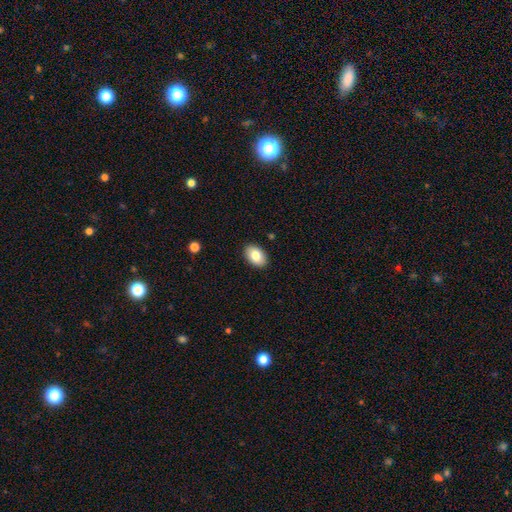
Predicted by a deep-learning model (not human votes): smooth 84%, featured or disk 9%, star or artifact 7%. Down the decision tree: how rounded — in between (88%); merging — none (90%).